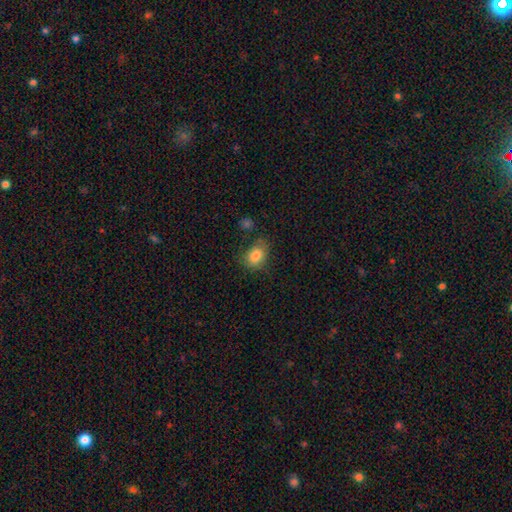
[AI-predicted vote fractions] Smooth or featured: smooth — 82% (star or artifact — 9%)
How rounded: in between — 59% (round — 40%)
Merging: none — 67% (minor disturbance — 22%)